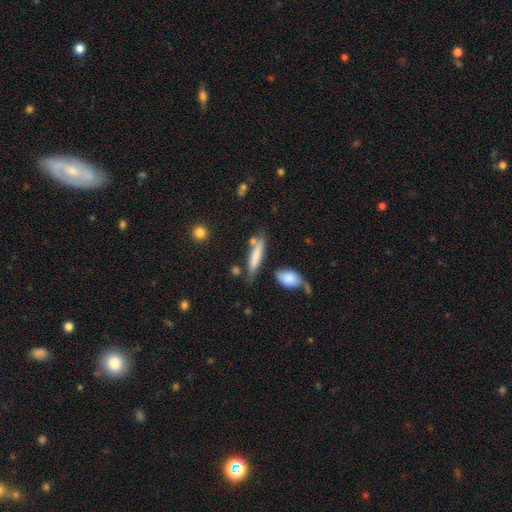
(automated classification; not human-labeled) The model was most divided on "merging": none: 60%, minor disturbance: 21%, merger: 12%, major disturbance: 6%. More confident: how rounded — cigar-shaped (75%); smooth or featured — smooth (75%).